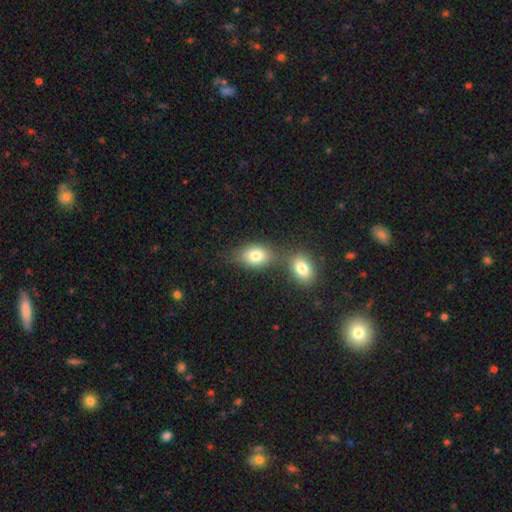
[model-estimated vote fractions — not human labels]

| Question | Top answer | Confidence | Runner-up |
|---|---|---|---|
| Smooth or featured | smooth | 79% | featured or disk (11%) |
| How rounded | in between | 77% | round (21%) |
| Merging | none | 50% | merger (34%) |